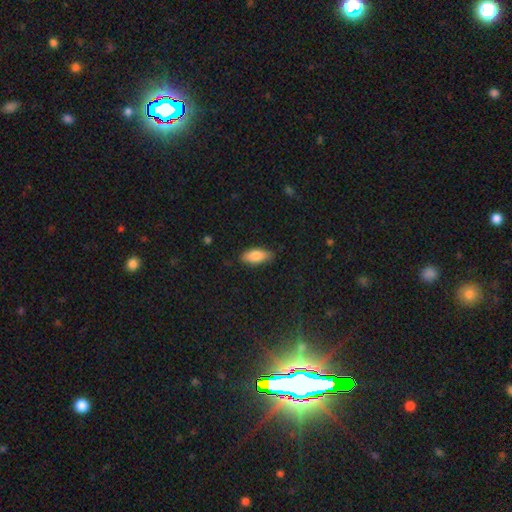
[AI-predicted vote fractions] smooth_or_featured: smooth (p=0.82) [alt: featured or disk p=0.11]
how_rounded: in between (p=0.85) [alt: cigar-shaped p=0.13]
merging: none (p=0.83) [alt: minor disturbance p=0.13]